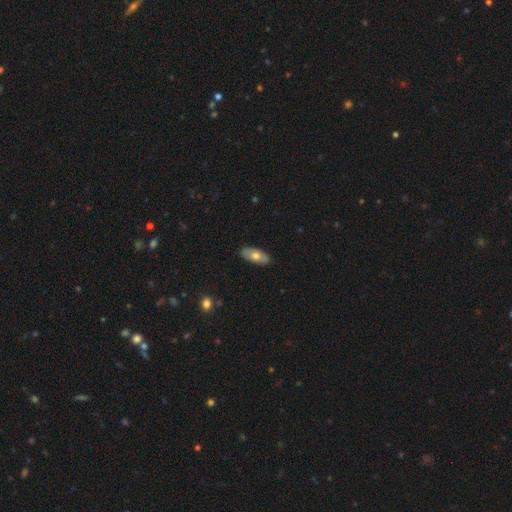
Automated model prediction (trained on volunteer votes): smooth-or-featured: smooth: 65% | featured or disk: 29% | star or artifact: 6%
  how-rounded: in between: 86% | cigar-shaped: 11% | round: 3%
  merging: none: 87% | minor disturbance: 10% | major disturbance: 2% | merger: 1%